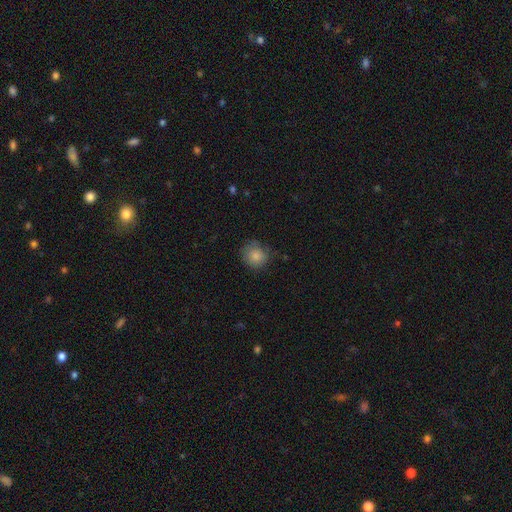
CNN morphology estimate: This is clearly a smooth galaxy (84%). How rounded: clearly round (87%). Merging: likely none (74%).